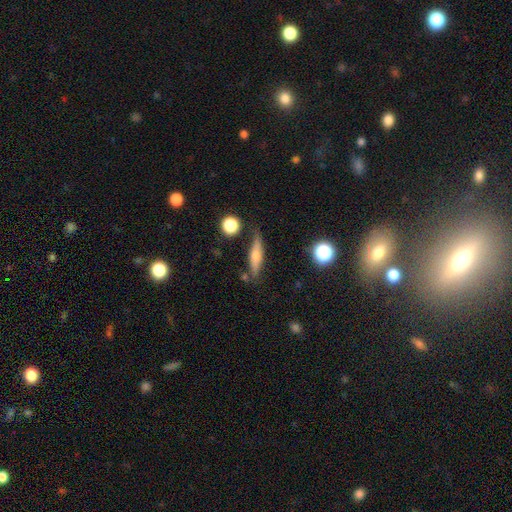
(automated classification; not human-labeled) Smooth or featured? Predicted: smooth (p=0.51). How rounded? Predicted: cigar-shaped (p=0.70). Merging? Predicted: none (p=0.75).